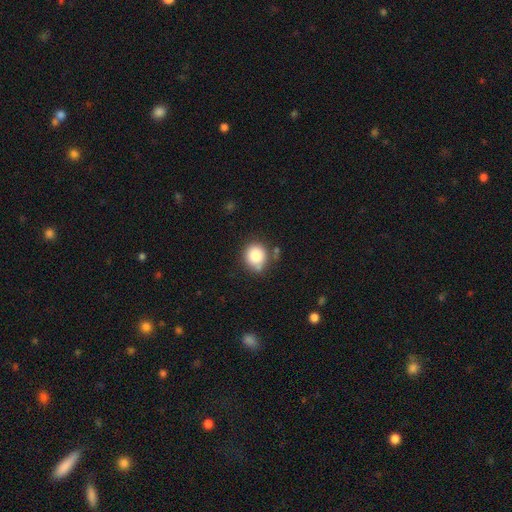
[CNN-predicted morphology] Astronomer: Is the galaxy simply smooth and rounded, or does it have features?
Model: smooth — 85%.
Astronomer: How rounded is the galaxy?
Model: round — 82%.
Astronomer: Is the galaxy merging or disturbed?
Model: none — 69%.